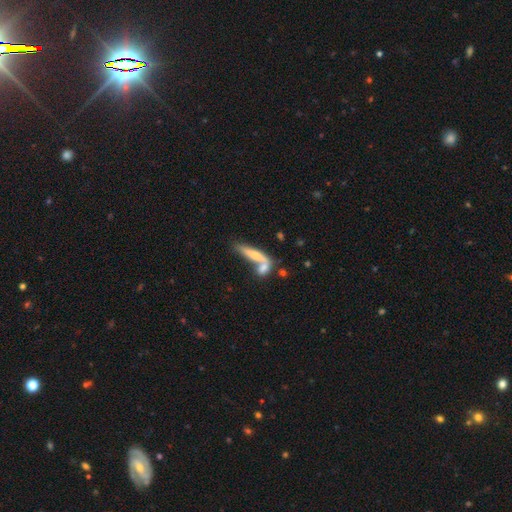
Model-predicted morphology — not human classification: The model was most divided on "merging": merger: 45%, none: 37%, minor disturbance: 12%, major disturbance: 7%. More confident: how rounded — cigar-shaped (75%); smooth or featured — smooth (60%).